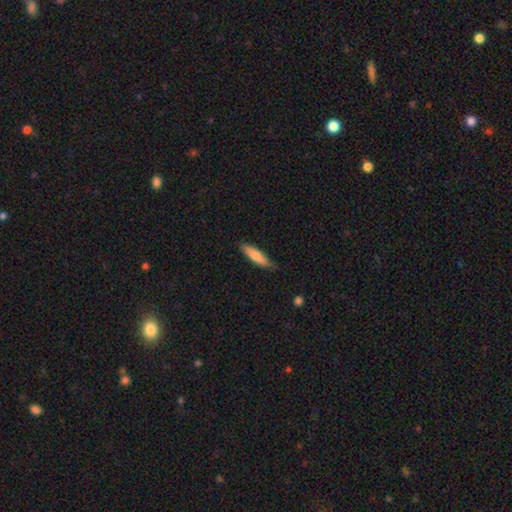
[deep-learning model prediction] The model was most divided on "how rounded": cigar-shaped: 70%, in between: 28%, round: 1%. More confident: merging — none (78%); smooth or featured — smooth (78%).